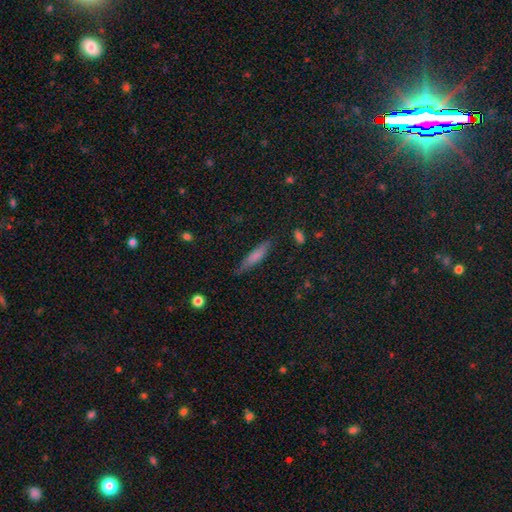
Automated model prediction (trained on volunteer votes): Smooth or featured? smooth (71%)
How rounded? cigar-shaped (79%)
Merging? none (74%)